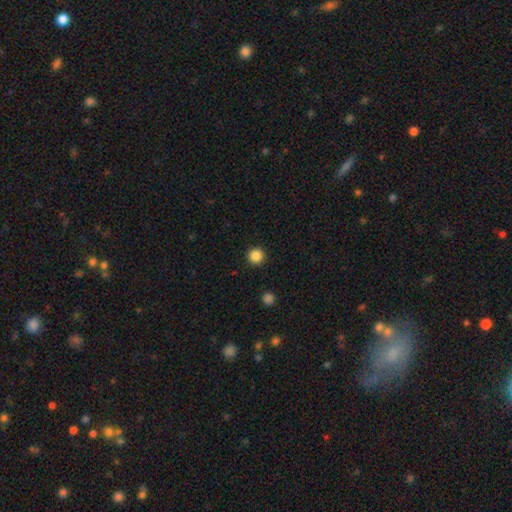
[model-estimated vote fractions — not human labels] Smooth or featured?
  - smooth: 86% *
  - star or artifact: 11%
  - featured or disk: 3%
How rounded?
  - round: 96% *
  - in between: 3%
  - cigar-shaped: 1%
Merging?
  - none: 93% *
  - minor disturbance: 4%
  - major disturbance: 2%
  - merger: 1%